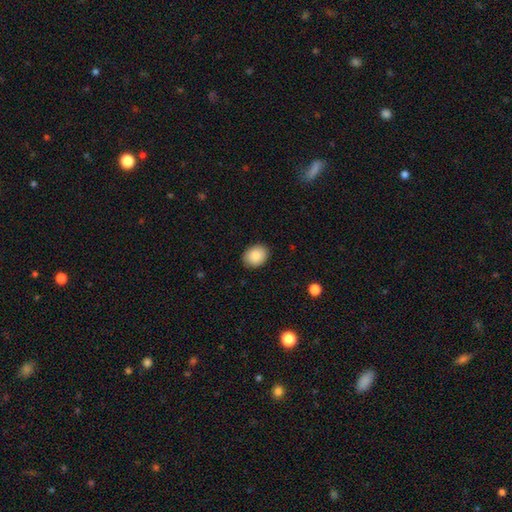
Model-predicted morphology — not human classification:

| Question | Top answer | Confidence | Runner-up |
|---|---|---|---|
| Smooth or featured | smooth | 87% | star or artifact (7%) |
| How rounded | in between | 60% | round (39%) |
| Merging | none | 89% | minor disturbance (9%) |